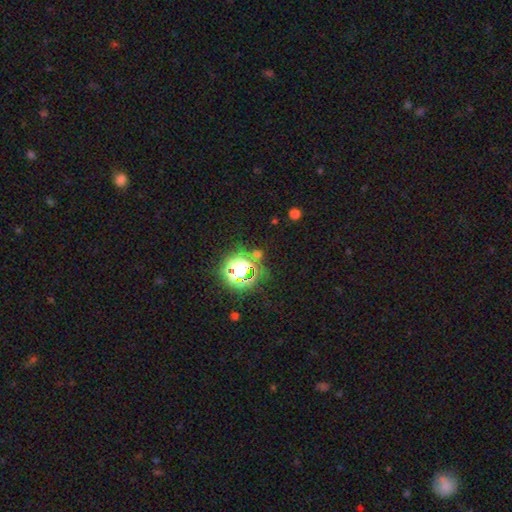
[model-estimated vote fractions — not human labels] Morphology: type=star or artifact (71%).